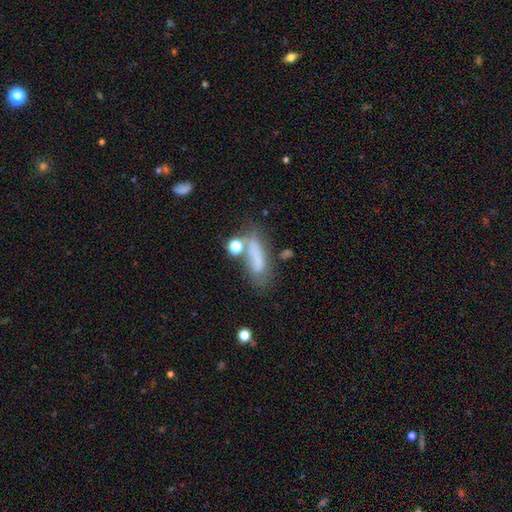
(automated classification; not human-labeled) This appears to be a smooth galaxy with no disk features (65%) that is in between round and cigar-shaped (51%). Merging: none (44%).